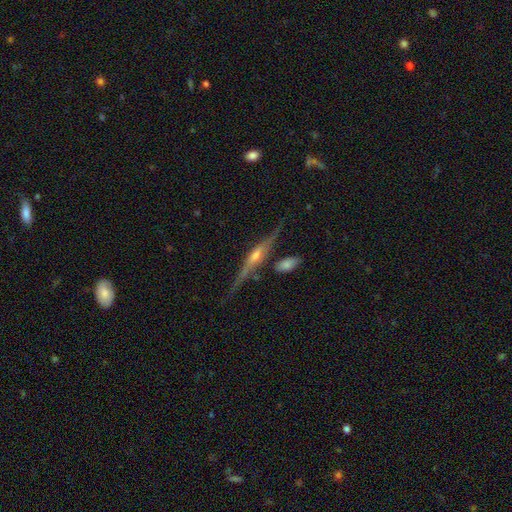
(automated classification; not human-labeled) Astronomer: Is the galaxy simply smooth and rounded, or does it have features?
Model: featured or disk — 81%.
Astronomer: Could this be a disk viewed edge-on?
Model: yes — 95%.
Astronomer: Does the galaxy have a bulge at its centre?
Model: rounded — 77%.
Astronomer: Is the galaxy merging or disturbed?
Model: none — 75%.